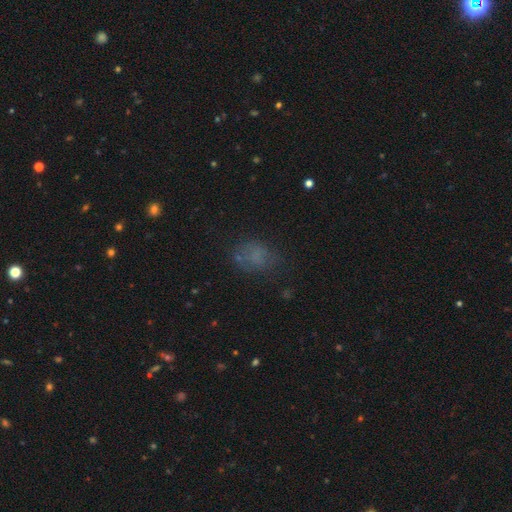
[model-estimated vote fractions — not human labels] This appears to be a smooth galaxy with no disk features (63%) that is in between round and cigar-shaped (63%). Merging: none (62%).